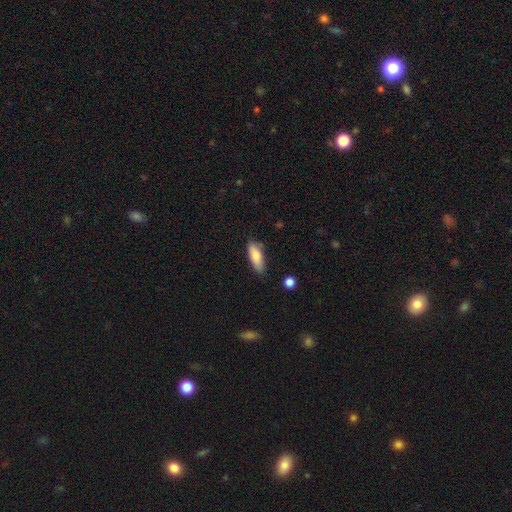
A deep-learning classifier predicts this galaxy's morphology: Overall: smooth (81%). How rounded: in between (69%). Merging: none (77%).